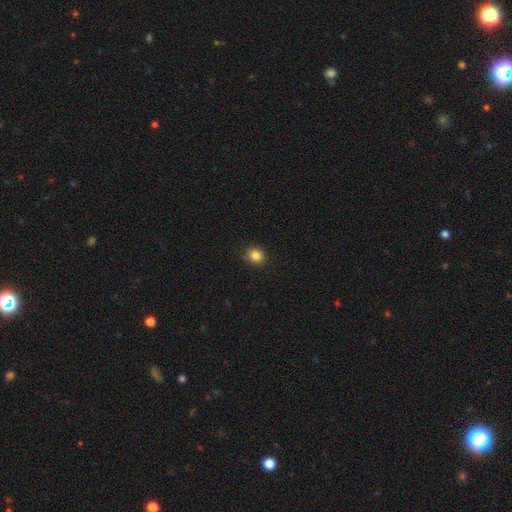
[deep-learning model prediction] smooth-or-featured: smooth: 85% | star or artifact: 11% | featured or disk: 4%
  how-rounded: round: 69% | in between: 30% | cigar-shaped: 1%
  merging: none: 88% | minor disturbance: 9% | major disturbance: 2% | merger: 1%